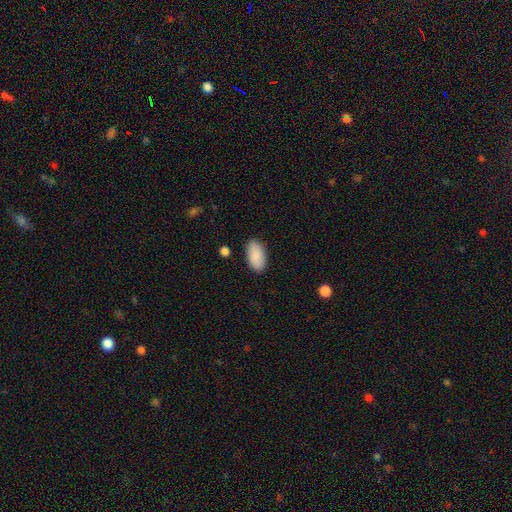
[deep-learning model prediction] Smooth or featured? Predicted: smooth (p=0.90). How rounded? Predicted: in between (p=0.95). Merging? Predicted: none (p=0.87).